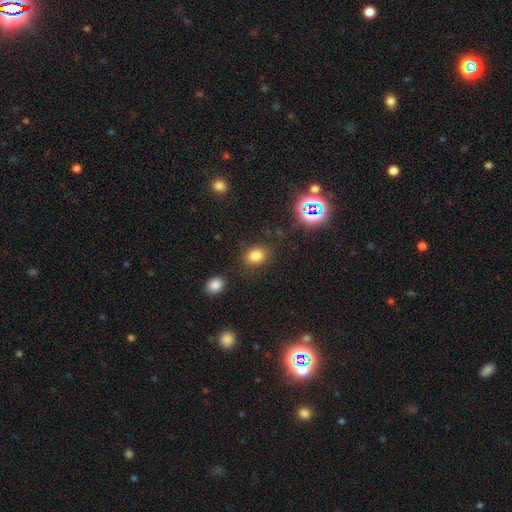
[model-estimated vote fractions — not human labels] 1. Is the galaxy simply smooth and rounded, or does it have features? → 79% smooth, 15% star or artifact, 6% featured or disk.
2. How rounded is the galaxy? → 51% round, 48% in between, 1% cigar-shaped.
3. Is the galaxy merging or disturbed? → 80% none, 12% minor disturbance, 4% major disturbance, 4% merger.